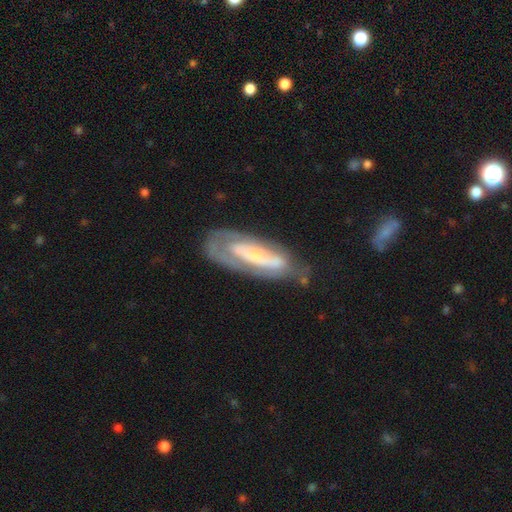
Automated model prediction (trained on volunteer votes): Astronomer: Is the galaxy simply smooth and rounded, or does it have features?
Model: featured or disk — 68%.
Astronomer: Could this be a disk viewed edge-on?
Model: no — 83%.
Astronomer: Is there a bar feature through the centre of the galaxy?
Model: no — 55%.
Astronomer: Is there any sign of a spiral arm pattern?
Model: yes — 68%.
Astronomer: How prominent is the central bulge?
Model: small — 55%.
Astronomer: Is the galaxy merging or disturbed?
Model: none — 58%.